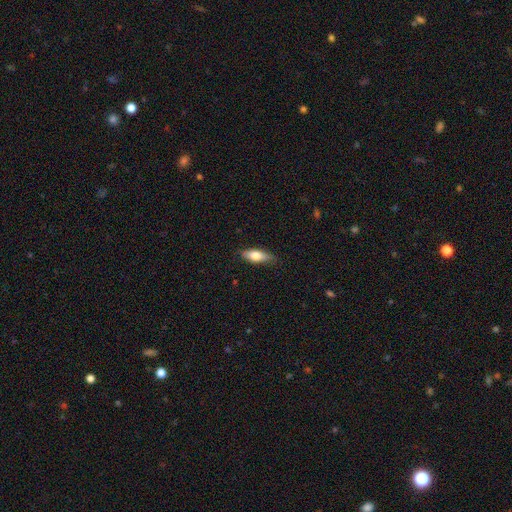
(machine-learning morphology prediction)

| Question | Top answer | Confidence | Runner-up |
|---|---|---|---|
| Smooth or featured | smooth | 69% | featured or disk (24%) |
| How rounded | in between | 63% | cigar-shaped (35%) |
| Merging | none | 79% | minor disturbance (17%) |